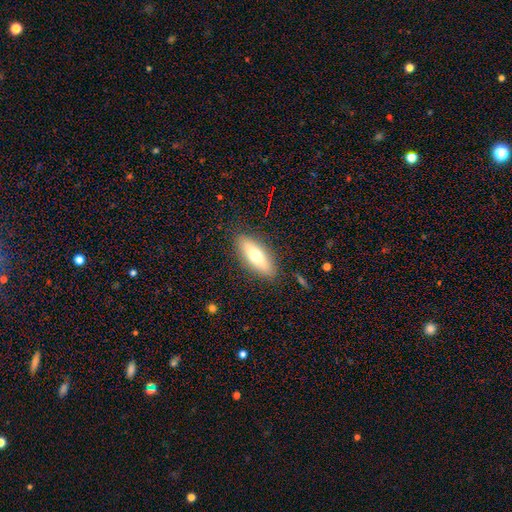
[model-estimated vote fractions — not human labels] smooth_or_featured: smooth (p=0.61) [alt: featured or disk p=0.32]
how_rounded: in between (p=0.62) [alt: cigar-shaped p=0.35]
merging: none (p=0.87) [alt: minor disturbance p=0.09]